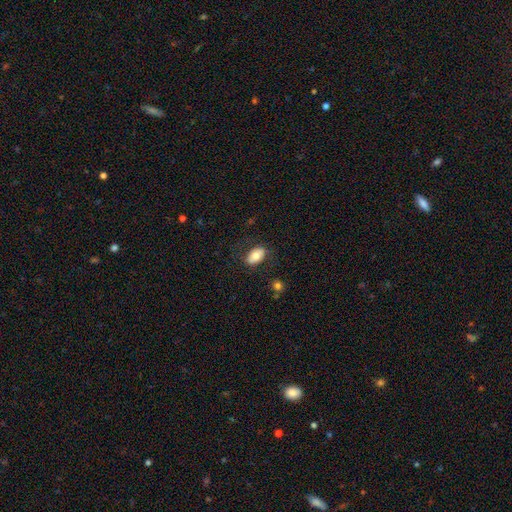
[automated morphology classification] Smooth or featured? smooth (74%)
How rounded? in between (91%)
Merging? none (78%)